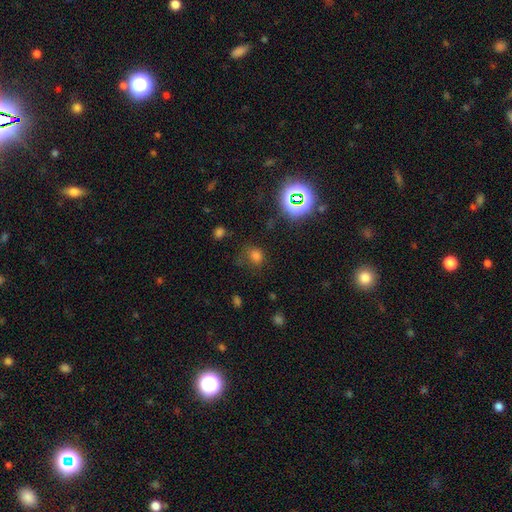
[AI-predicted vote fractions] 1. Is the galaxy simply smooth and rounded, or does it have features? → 63% smooth, 30% star or artifact, 7% featured or disk.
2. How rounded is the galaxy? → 67% round, 32% in between, 1% cigar-shaped.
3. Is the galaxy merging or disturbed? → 66% none, 20% minor disturbance, 11% major disturbance, 4% merger.